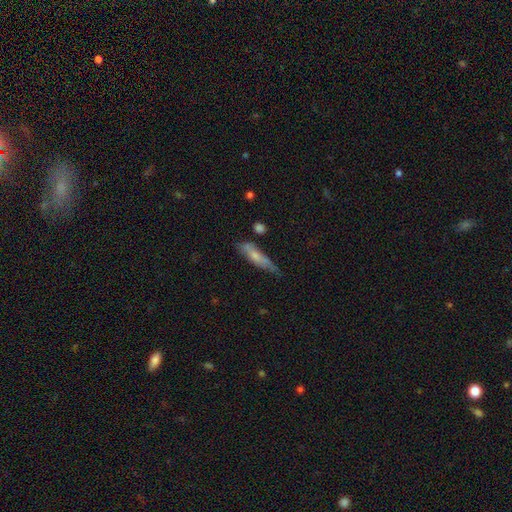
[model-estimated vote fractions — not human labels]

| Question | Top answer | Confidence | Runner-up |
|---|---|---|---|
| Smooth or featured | smooth | 59% | featured or disk (34%) |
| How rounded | cigar-shaped | 76% | in between (22%) |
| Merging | none | 51% | minor disturbance (33%) |